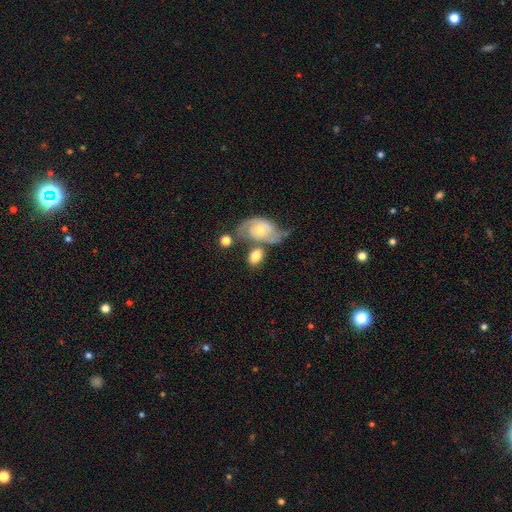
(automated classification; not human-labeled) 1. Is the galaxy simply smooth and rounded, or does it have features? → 60% smooth, 34% featured or disk, 7% star or artifact.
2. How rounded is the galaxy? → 78% in between, 20% round, 2% cigar-shaped.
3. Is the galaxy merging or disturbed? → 43% none, 30% merger, 17% minor disturbance, 9% major disturbance.